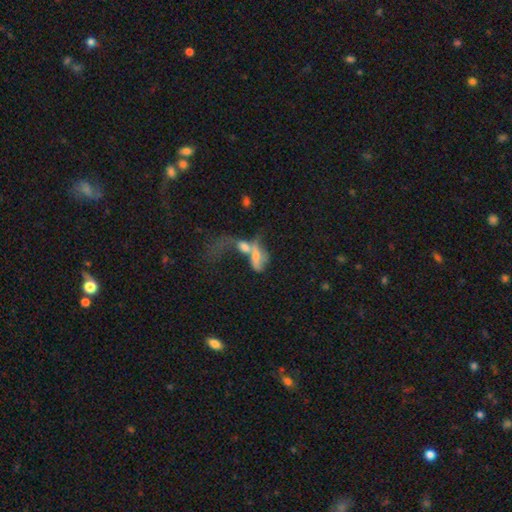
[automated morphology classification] type=smooth (52%); roundness=in between (73%); merging=merger (66%).